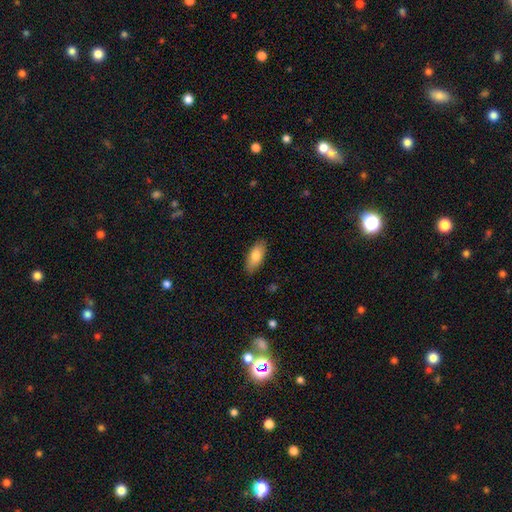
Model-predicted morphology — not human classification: Smooth or featured? smooth (79%)
How rounded? in between (85%)
Merging? none (87%)